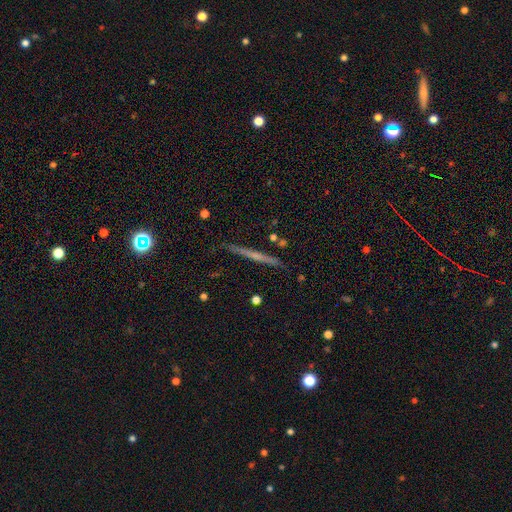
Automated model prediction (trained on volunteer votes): Smooth or featured: featured or disk — 57% (smooth — 35%)
Edge-on disk: yes — 97% (no — 3%)
Edge-on bulge: none — 70% (rounded — 24%)
Merging: none — 89% (minor disturbance — 8%)